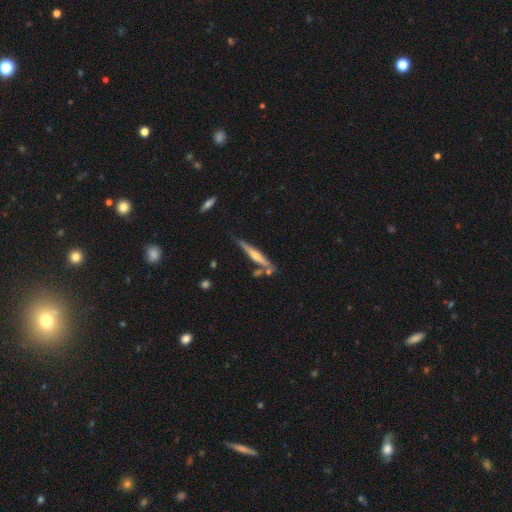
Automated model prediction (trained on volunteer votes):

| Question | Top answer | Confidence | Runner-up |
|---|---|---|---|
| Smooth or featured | featured or disk | 66% | smooth (28%) |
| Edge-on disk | yes | 96% | no (4%) |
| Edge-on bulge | rounded | 76% | none (14%) |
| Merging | none | 73% | minor disturbance (15%) |